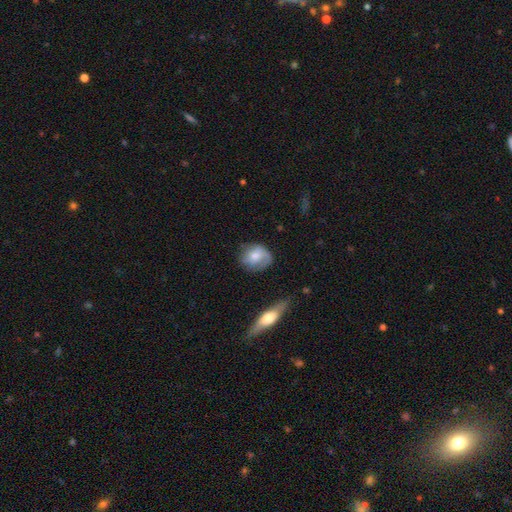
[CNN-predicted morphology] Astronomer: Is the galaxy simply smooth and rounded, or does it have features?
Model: smooth — 61%.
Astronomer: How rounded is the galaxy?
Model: round — 65%.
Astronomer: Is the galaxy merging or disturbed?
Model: none — 56%.